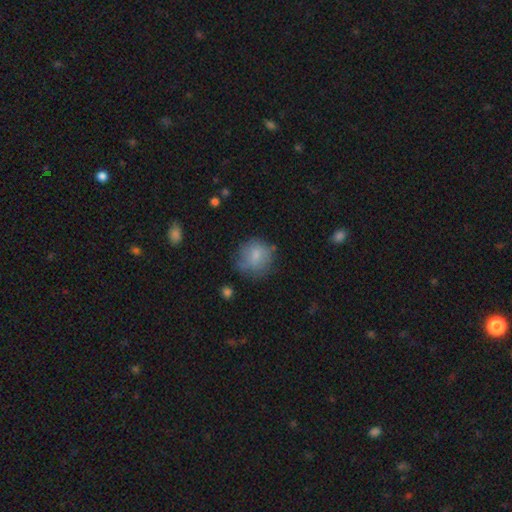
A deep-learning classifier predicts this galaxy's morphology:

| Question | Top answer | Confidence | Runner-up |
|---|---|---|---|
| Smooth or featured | smooth | 76% | featured or disk (16%) |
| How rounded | round | 83% | in between (16%) |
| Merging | none | 59% | minor disturbance (27%) |